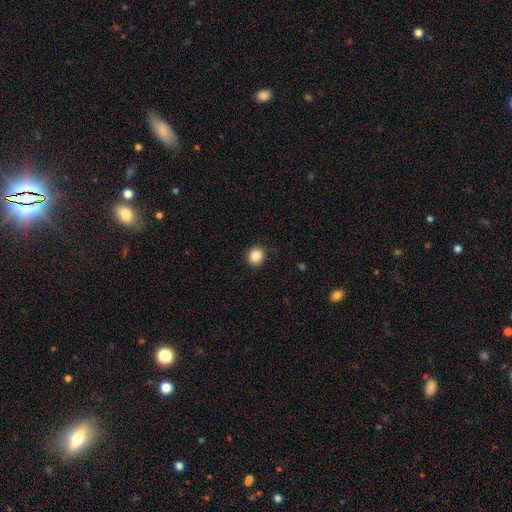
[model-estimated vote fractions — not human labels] Smooth or featured? smooth (87%)
How rounded? round (83%)
Merging? none (88%)